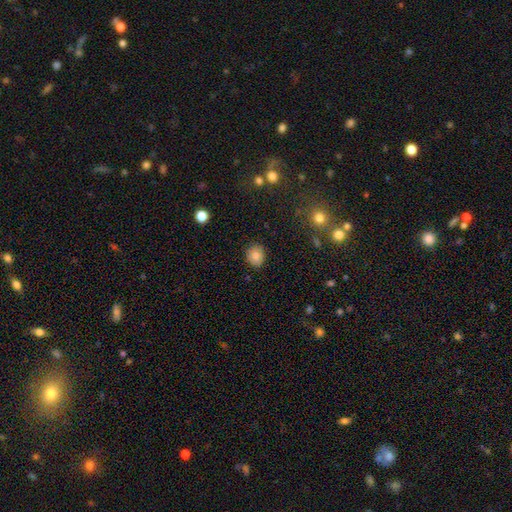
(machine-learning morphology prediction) The model was most divided on "how rounded": round: 73%, in between: 26%, cigar-shaped: 1%. More confident: merging — none (86%); smooth or featured — smooth (79%).